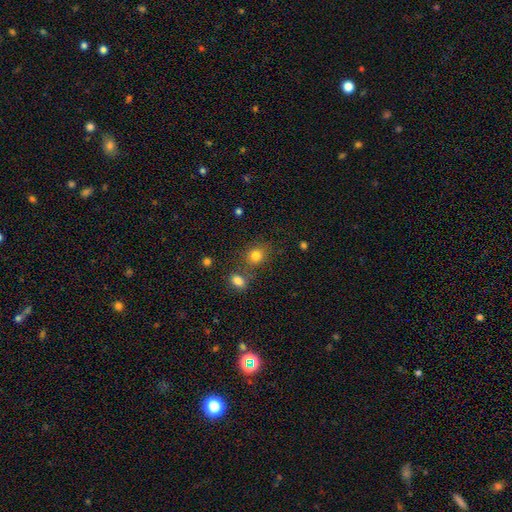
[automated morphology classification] type=smooth (81%); roundness=round (67%); merging=none (70%).